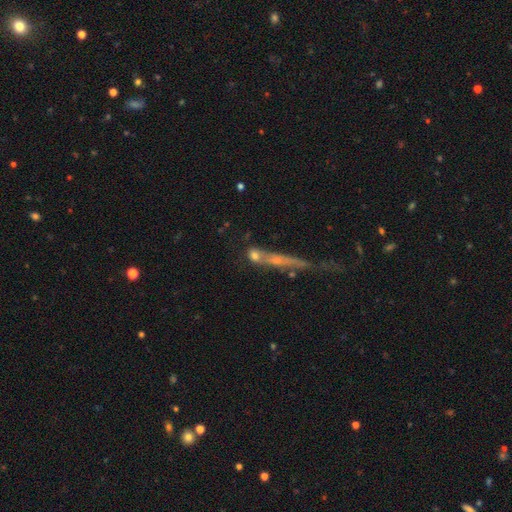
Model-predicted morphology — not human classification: This appears to be a featured or disk galaxy (42%). Merging: none (42%).